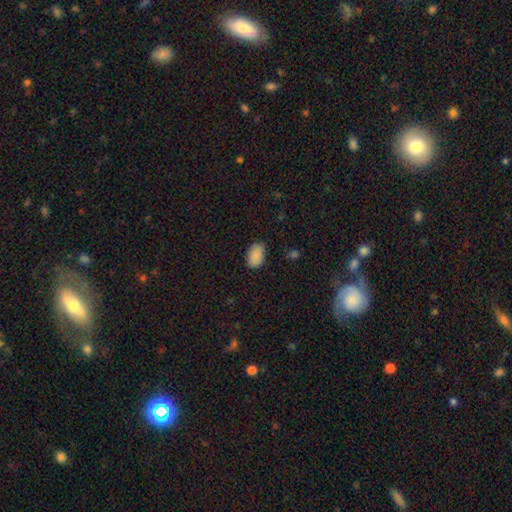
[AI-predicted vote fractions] Smooth or featured?
  - smooth: 88% *
  - star or artifact: 8%
  - featured or disk: 4%
How rounded?
  - in between: 91% *
  - round: 8%
  - cigar-shaped: 1%
Merging?
  - none: 78% *
  - minor disturbance: 17%
  - major disturbance: 3%
  - merger: 1%